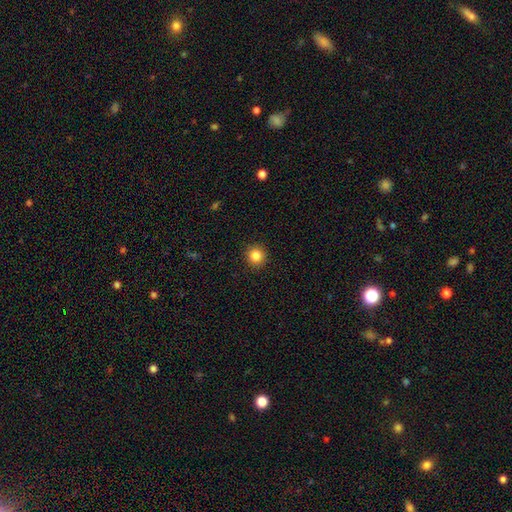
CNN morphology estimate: Overall: smooth (85%). How rounded: round (94%). Merging: none (92%).